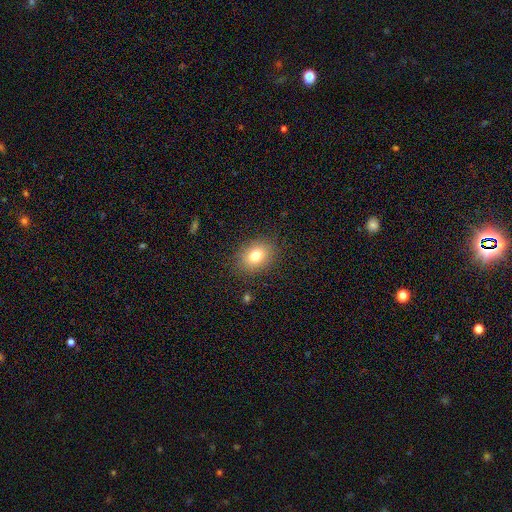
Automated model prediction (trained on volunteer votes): A smooth galaxy with no disk features (78%) that is in between round and cigar-shaped (62%).

Vote fractions:
- Smooth or featured? smooth: 78% / featured or disk: 11% / star or artifact: 11%
- How rounded? in between: 62% / round: 37% / cigar-shaped: 1%
- Merging? none: 86% / minor disturbance: 10% / major disturbance: 3% / merger: 1%